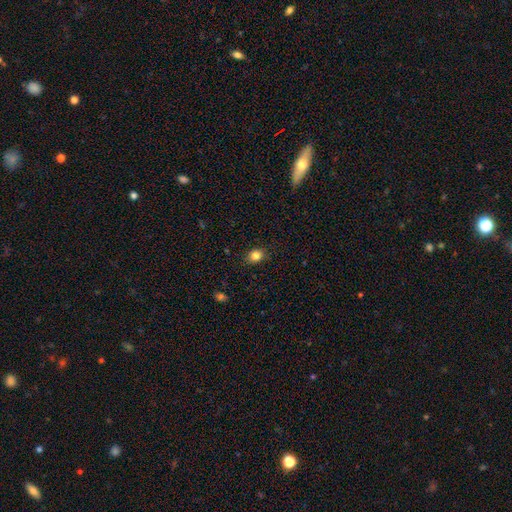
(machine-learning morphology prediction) This appears to be a smooth galaxy with no disk features (83%) that is round (52%). Merging: none (87%).